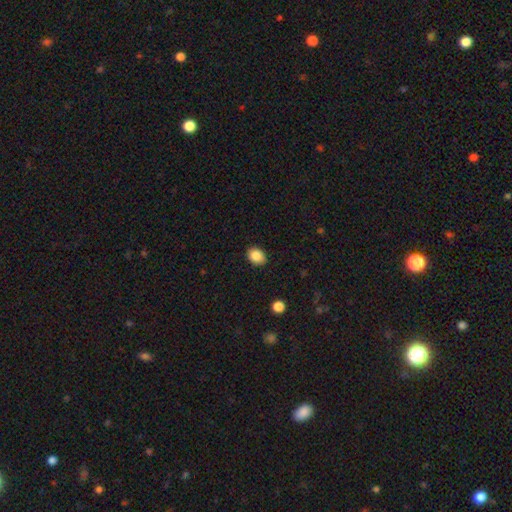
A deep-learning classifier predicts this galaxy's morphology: Smooth or featured? Predicted: smooth (p=0.87). How rounded? Predicted: in between (p=0.61). Merging? Predicted: none (p=0.87).